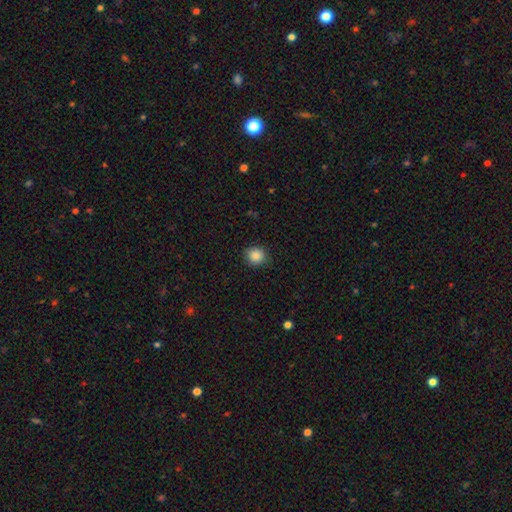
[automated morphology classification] A smooth galaxy with no disk features (86%) that is round (89%).

Vote fractions:
- Smooth or featured? smooth: 86% / star or artifact: 10% / featured or disk: 4%
- How rounded? round: 89% / in between: 10% / cigar-shaped: 1%
- Merging? none: 89% / minor disturbance: 8% / major disturbance: 2% / merger: 1%